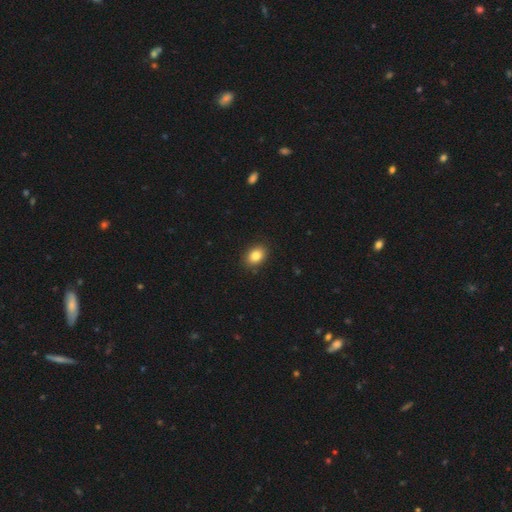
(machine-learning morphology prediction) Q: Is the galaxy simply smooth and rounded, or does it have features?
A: smooth — 84%.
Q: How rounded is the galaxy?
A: in between — 74%.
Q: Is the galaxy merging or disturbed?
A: none — 89%.